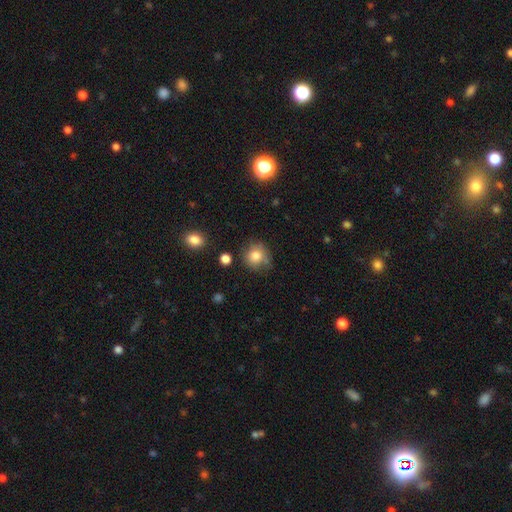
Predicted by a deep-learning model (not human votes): This appears to be a smooth galaxy with no disk features (81%) that is round (85%). Merging: none (67%).